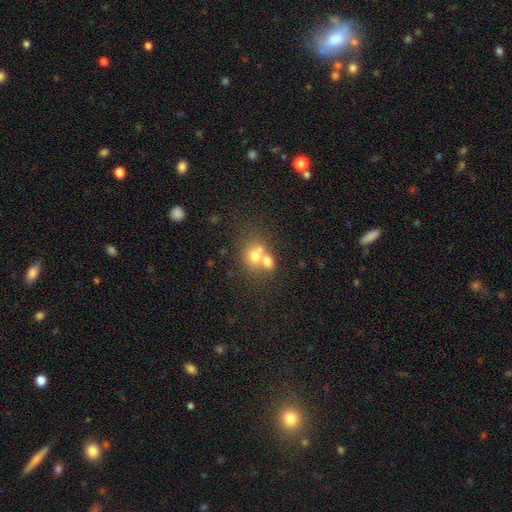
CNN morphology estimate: This is likely a smooth galaxy (66%). How rounded: likely round (62%). Merging: possibly merger (59%).